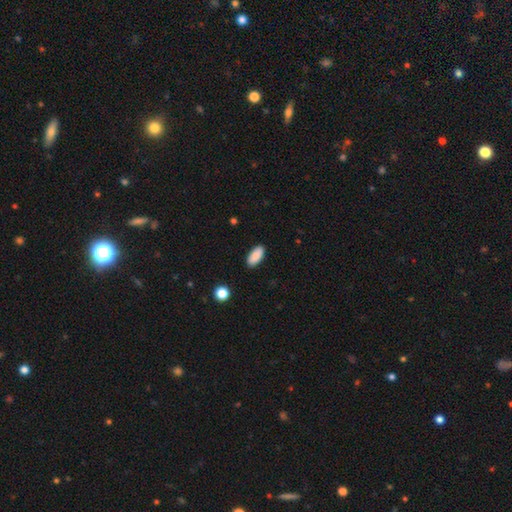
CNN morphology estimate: The model was most divided on "smooth or featured": smooth: 87%, star or artifact: 7%, featured or disk: 6%. More confident: how rounded — in between (91%); merging — none (88%).